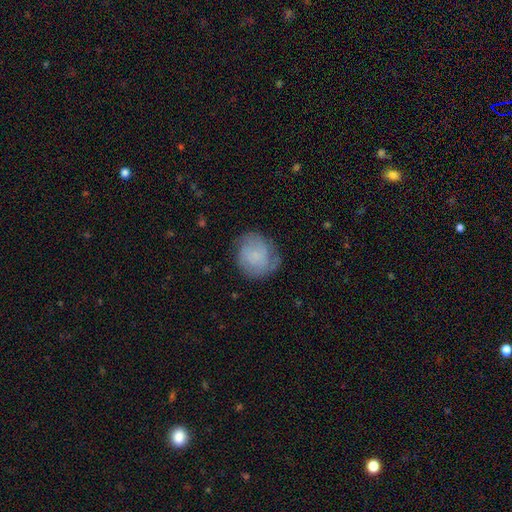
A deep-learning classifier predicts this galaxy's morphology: smooth 53%, featured or disk 38%, star or artifact 8%. Down the decision tree: how rounded — round (82%); merging — none (64%).